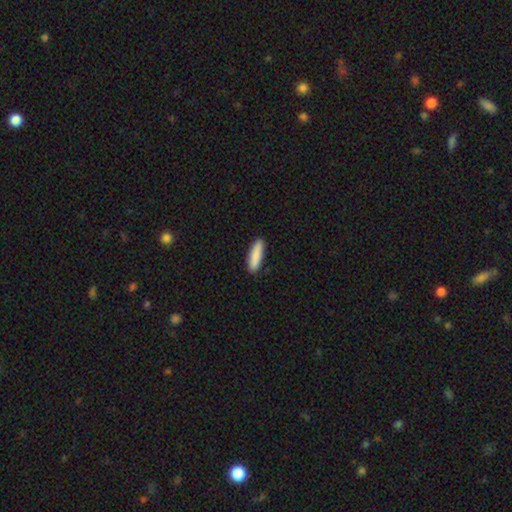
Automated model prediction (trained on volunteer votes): Smooth or featured: smooth — 88% (featured or disk — 7%)
How rounded: cigar-shaped — 66% (in between — 32%)
Merging: none — 90% (minor disturbance — 7%)